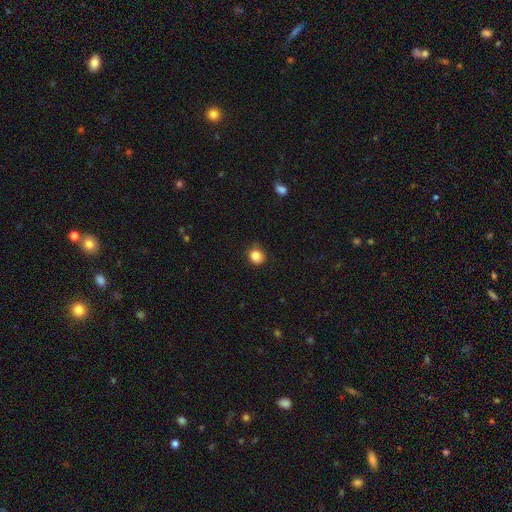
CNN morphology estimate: Smooth or featured: smooth — 85% (star or artifact — 11%)
How rounded: round — 83% (in between — 16%)
Merging: none — 81% (minor disturbance — 15%)